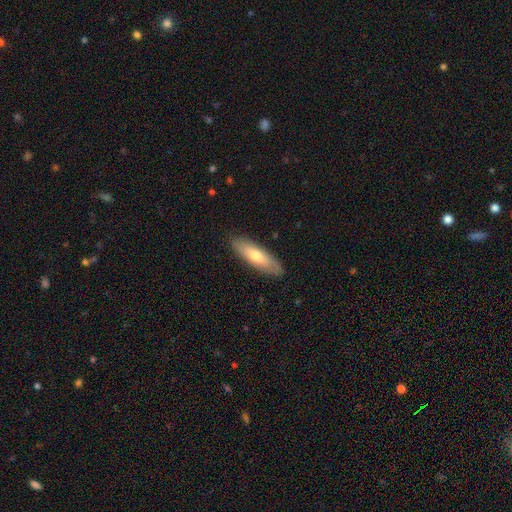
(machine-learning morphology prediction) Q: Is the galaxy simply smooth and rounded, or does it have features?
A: smooth — 66%.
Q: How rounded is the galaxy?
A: cigar-shaped — 55%.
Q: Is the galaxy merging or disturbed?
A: none — 88%.